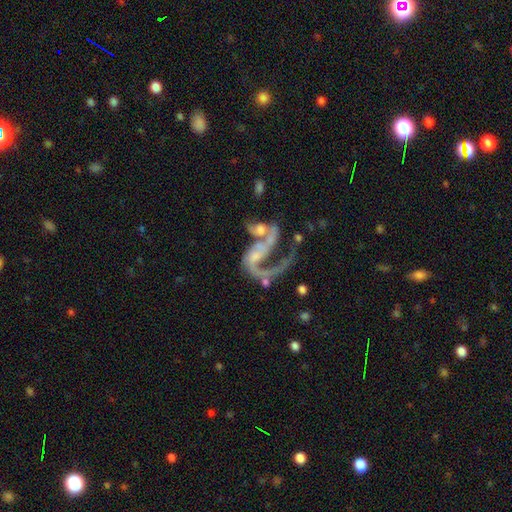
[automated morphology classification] smooth_or_featured: featured or disk (p=0.76) [alt: smooth p=0.14]
disk_edge_on: no (p=0.97) [alt: yes p=0.03]
bar: no (p=0.60) [alt: weak p=0.30]
has_spiral_arms: yes (p=0.79) [alt: no p=0.21]
spiral_winding: loose (p=0.68) [alt: medium p=0.25]
spiral_arm_count: 1 (p=0.52) [alt: 2 p=0.34]
bulge_size: small (p=0.35) [alt: none p=0.34]
merging: merger (p=0.46) [alt: major disturbance p=0.30]